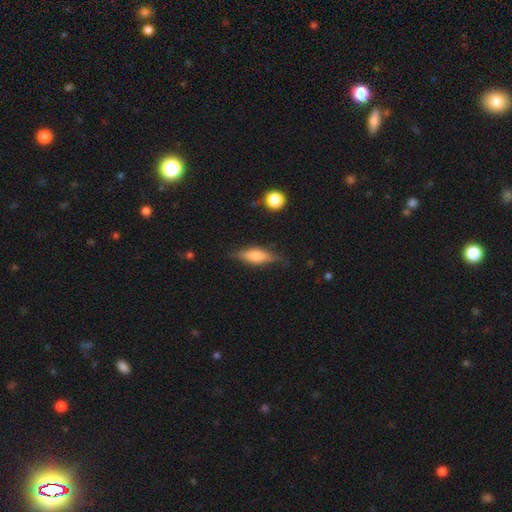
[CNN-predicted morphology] smooth-or-featured: smooth: 50% | featured or disk: 43% | star or artifact: 8%
  merging: none: 77% | minor disturbance: 17% | major disturbance: 4% | merger: 2%